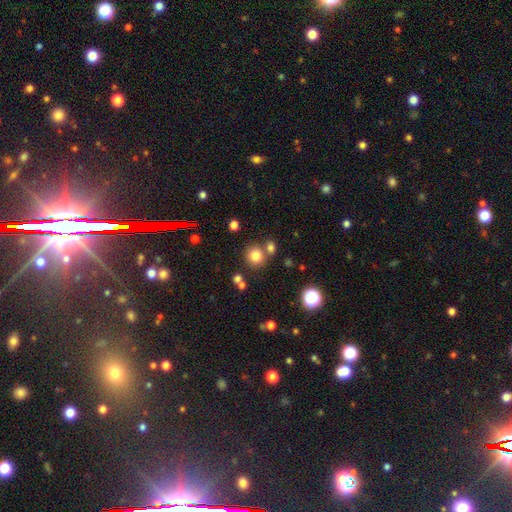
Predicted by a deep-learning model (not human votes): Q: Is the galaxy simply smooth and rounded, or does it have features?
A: smooth — 79%.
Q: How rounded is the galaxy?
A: round — 88%.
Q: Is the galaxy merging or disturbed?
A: none — 73%.